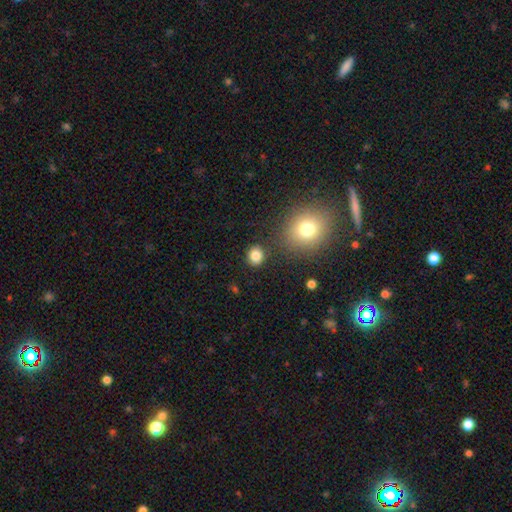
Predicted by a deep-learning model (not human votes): Smooth or featured? Predicted: smooth (p=0.83). How rounded? Predicted: round (p=0.77). Merging? Predicted: none (p=0.86).